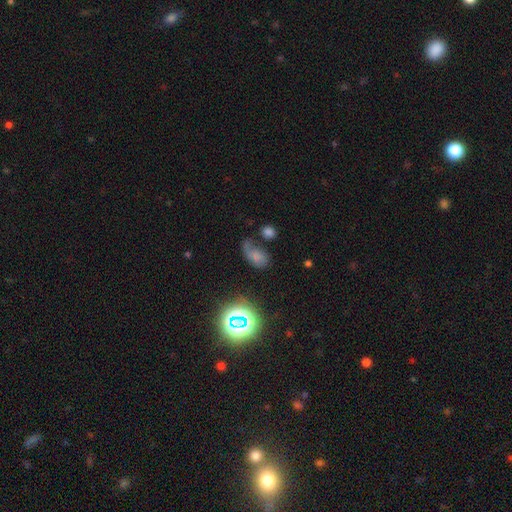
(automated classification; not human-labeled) This appears to be a smooth galaxy with no disk features (54%) that is in between round and cigar-shaped (85%). Merging: none (32%).